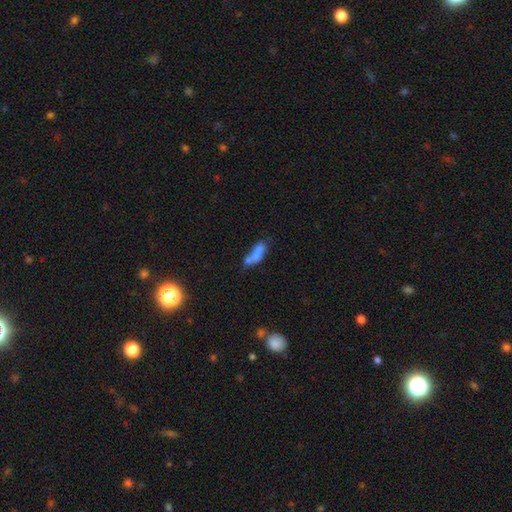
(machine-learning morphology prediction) Smooth or featured?
  - smooth: 64% *
  - featured or disk: 26%
  - star or artifact: 10%
How rounded?
  - in between: 60% *
  - cigar-shaped: 36%
  - round: 4%
Merging?
  - merger: 40% *
  - none: 32%
  - minor disturbance: 18%
  - major disturbance: 10%